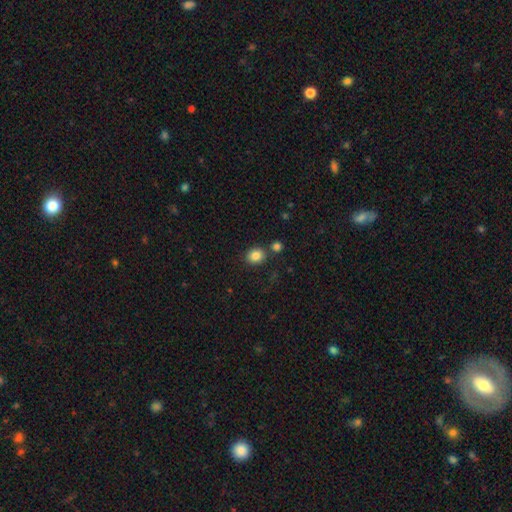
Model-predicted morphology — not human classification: Smooth or featured: smooth — 84% (star or artifact — 11%)
How rounded: round — 72% (in between — 27%)
Merging: none — 77% (merger — 11%)